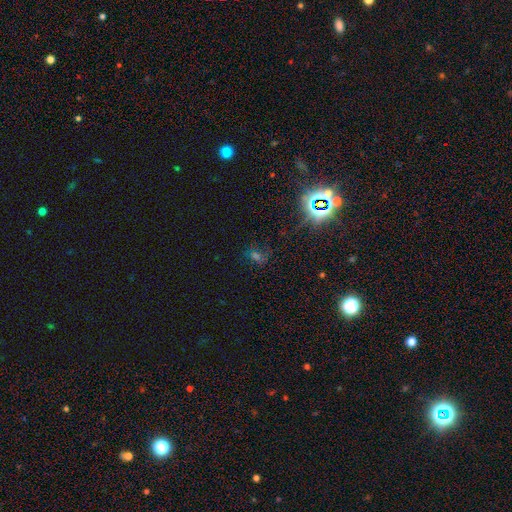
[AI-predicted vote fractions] smooth_or_featured: star or artifact (p=0.58) [alt: smooth p=0.28]